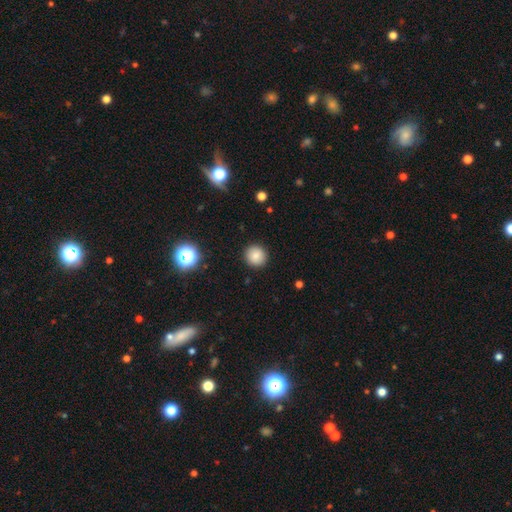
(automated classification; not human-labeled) The model was most divided on "smooth or featured": smooth: 82%, star or artifact: 11%, featured or disk: 6%. More confident: how rounded — round (94%); merging — none (91%).